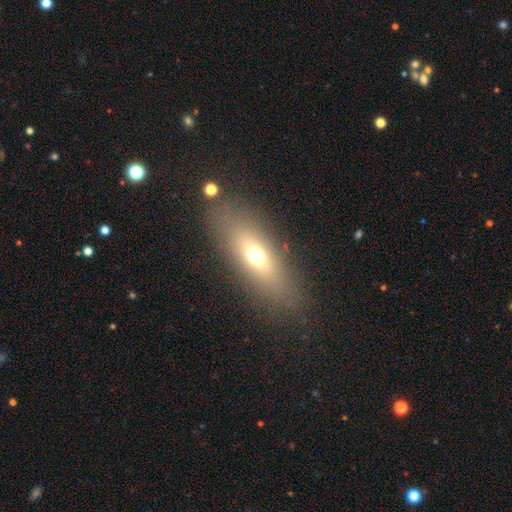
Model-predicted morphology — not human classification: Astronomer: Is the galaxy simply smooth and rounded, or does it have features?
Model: smooth — 61%.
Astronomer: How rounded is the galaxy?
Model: in between — 59% (runner-up: cigar-shaped, 36%).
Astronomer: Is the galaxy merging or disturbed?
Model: none — 82%.